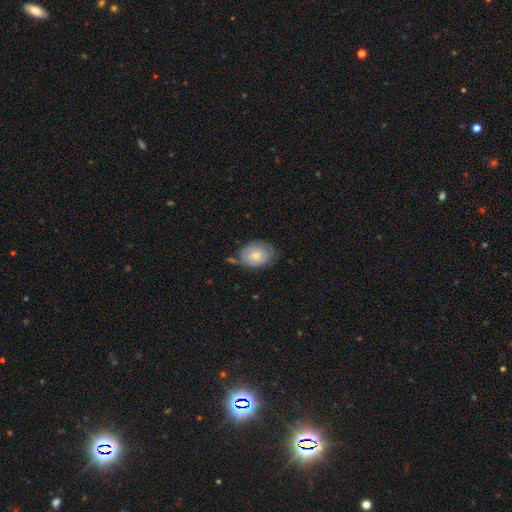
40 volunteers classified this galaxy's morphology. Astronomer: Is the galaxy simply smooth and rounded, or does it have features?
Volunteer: smooth — 55% (runner-up: featured or disk, 35%).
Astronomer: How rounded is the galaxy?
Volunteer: in between — 86%.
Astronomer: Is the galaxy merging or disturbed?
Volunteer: none — 58% (runner-up: minor disturbance, 36%).